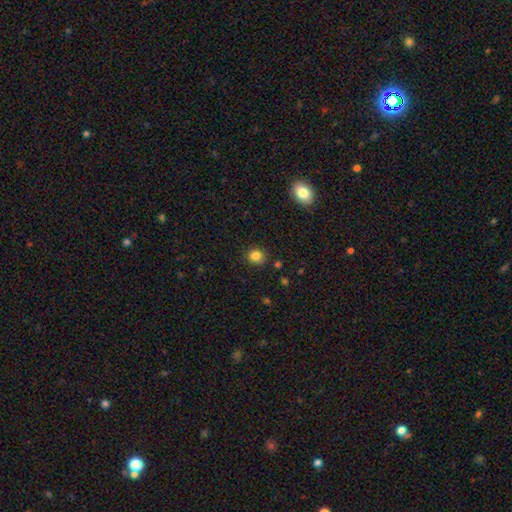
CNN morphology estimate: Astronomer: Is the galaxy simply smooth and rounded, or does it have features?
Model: smooth — 83%.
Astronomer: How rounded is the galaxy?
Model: round — 80%.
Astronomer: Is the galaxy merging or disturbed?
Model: none — 84%.